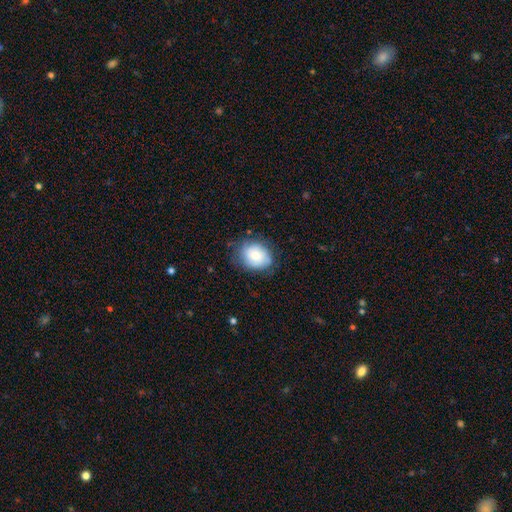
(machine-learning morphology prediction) The model was most divided on "how rounded": round: 51%, in between: 48%, cigar-shaped: 1%. More confident: smooth or featured — smooth (74%); merging — none (71%).